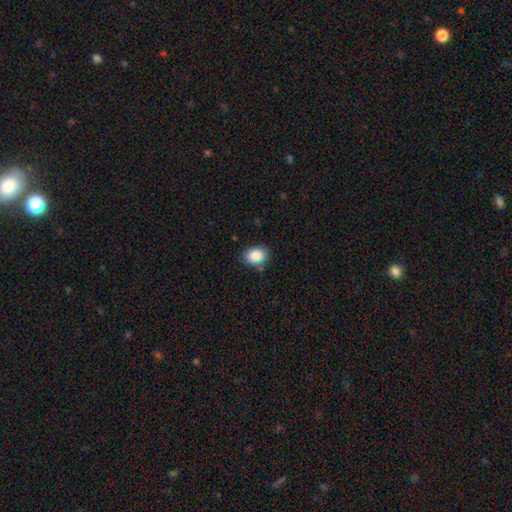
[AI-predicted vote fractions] Smooth or featured: smooth — 87% (star or artifact — 8%)
How rounded: in between — 64% (round — 35%)
Merging: none — 79% (minor disturbance — 15%)